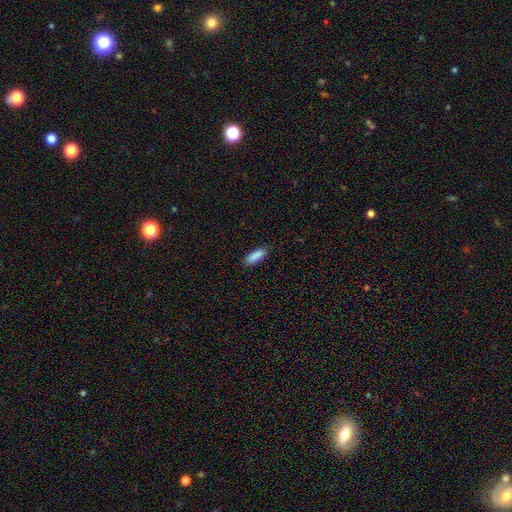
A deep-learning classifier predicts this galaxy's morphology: Q: Smooth or featured?
A: smooth (88%); runner-up: star or artifact (7%)
Q: How rounded?
A: in between (52%); runner-up: cigar-shaped (46%)
Q: Merging?
A: none (85%); runner-up: minor disturbance (12%)